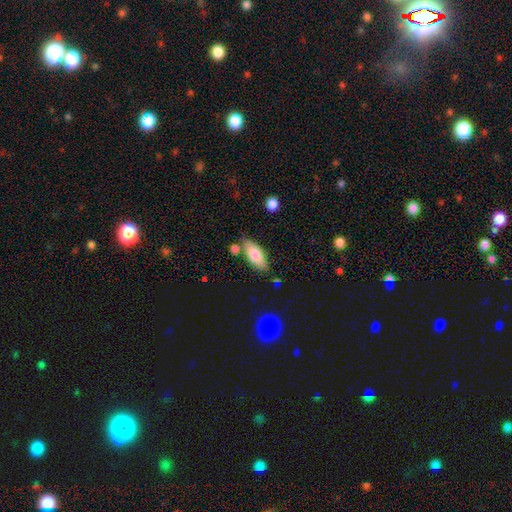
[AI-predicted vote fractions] Smooth or featured?
  - smooth: 79% *
  - featured or disk: 15%
  - star or artifact: 6%
How rounded?
  - in between: 81% *
  - cigar-shaped: 17%
  - round: 2%
Merging?
  - none: 72% *
  - minor disturbance: 16%
  - merger: 9%
  - major disturbance: 3%